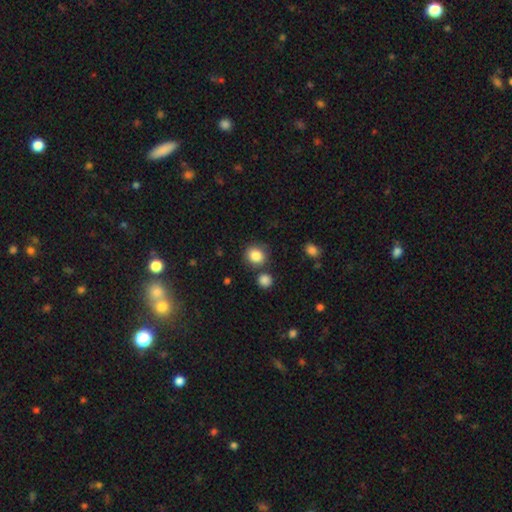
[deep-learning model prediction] Smooth or featured: smooth — 85% (star or artifact — 10%)
How rounded: round — 78% (in between — 21%)
Merging: none — 76% (minor disturbance — 11%)